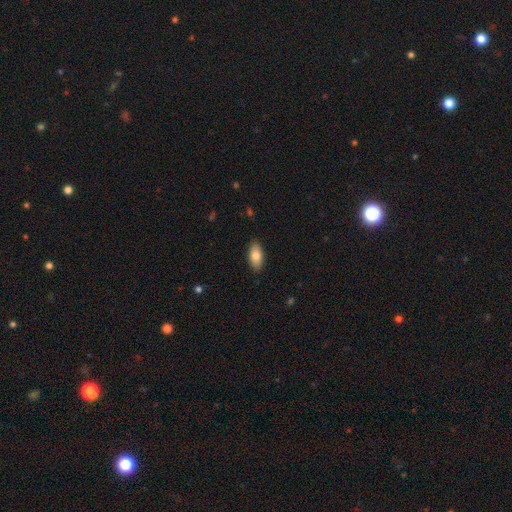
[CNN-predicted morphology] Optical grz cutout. It shows a smooth galaxy with no disk features (79%) that is in between round and cigar-shaped (89%). Merging: none (88%).